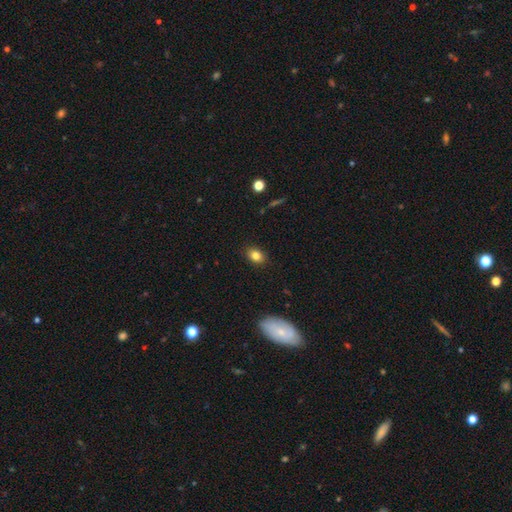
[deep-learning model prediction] smooth 82%, star or artifact 10%, featured or disk 7%. Down the decision tree: how rounded — in between (65%); merging — none (88%).